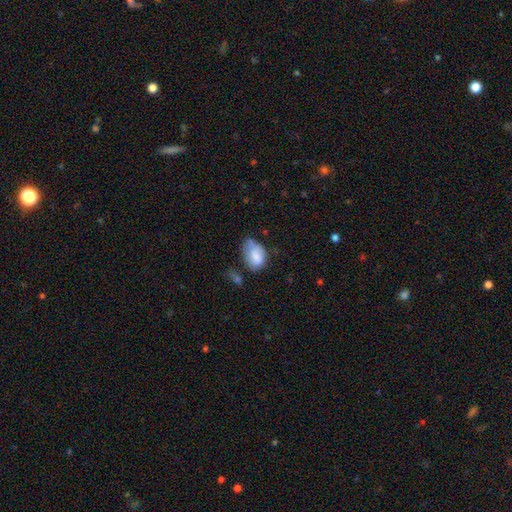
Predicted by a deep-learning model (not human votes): smooth-or-featured: smooth: 79% | featured or disk: 13% | star or artifact: 8%
  how-rounded: in between: 80% | round: 19% | cigar-shaped: 1%
  merging: minor disturbance: 41% | none: 35% | major disturbance: 16% | merger: 8%